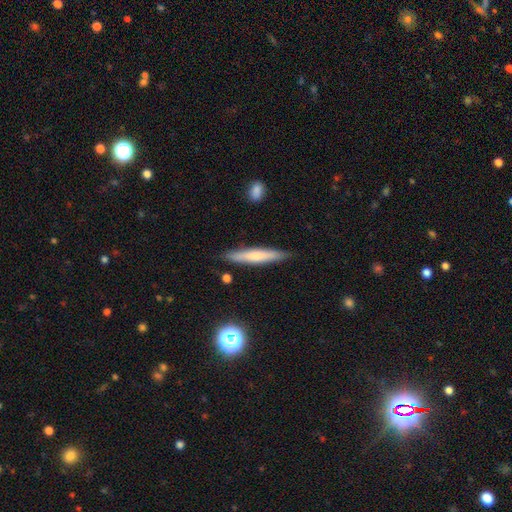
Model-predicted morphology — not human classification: Q: Smooth or featured?
A: featured or disk (47%); runner-up: smooth (43%)
Q: Merging?
A: none (89%); runner-up: minor disturbance (8%)